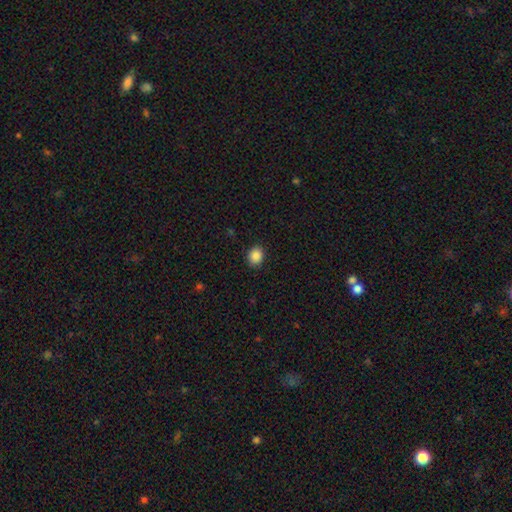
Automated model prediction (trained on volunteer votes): Smooth or featured?
  - smooth: 88% *
  - star or artifact: 9%
  - featured or disk: 3%
How rounded?
  - round: 58% *
  - in between: 41%
  - cigar-shaped: 1%
Merging?
  - none: 90% *
  - minor disturbance: 7%
  - major disturbance: 2%
  - merger: 1%